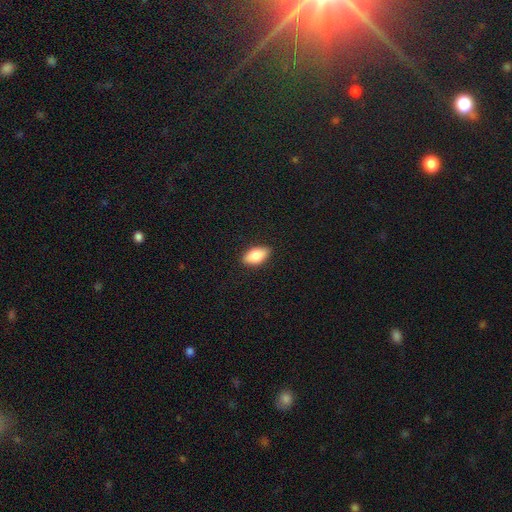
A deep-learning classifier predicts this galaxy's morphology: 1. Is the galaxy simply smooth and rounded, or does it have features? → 82% smooth, 11% featured or disk, 7% star or artifact.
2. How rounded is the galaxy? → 91% in between, 5% cigar-shaped, 4% round.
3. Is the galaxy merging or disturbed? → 89% none, 9% minor disturbance, 2% major disturbance, 1% merger.